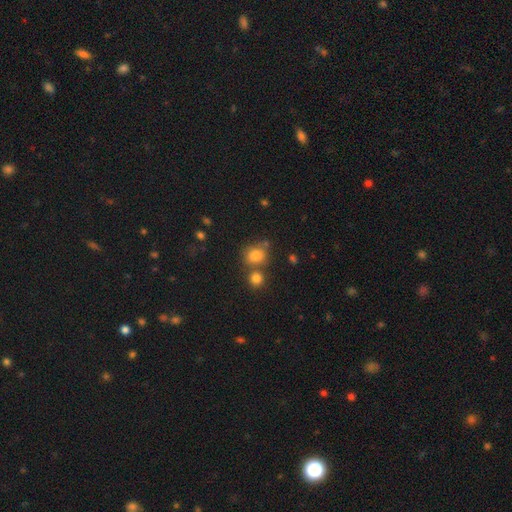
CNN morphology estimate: Smooth or featured?
  - smooth: 81% *
  - star or artifact: 12%
  - featured or disk: 7%
How rounded?
  - round: 68% *
  - in between: 31%
  - cigar-shaped: 1%
Merging?
  - none: 56% *
  - merger: 26%
  - minor disturbance: 13%
  - major disturbance: 5%